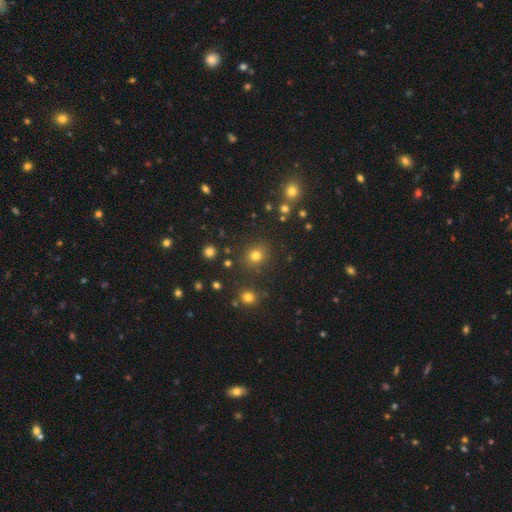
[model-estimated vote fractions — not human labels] Overall: smooth (77%). How rounded: round (75%). Merging: none (85%).